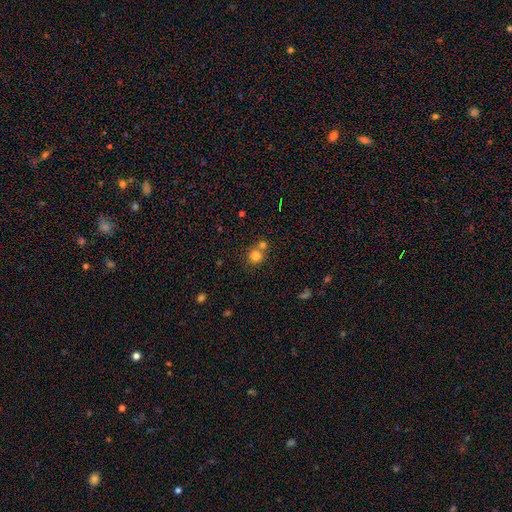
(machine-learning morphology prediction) Smooth or featured? Predicted: smooth (p=0.79). How rounded? Predicted: round (p=0.89). Merging? Predicted: none (p=0.56).